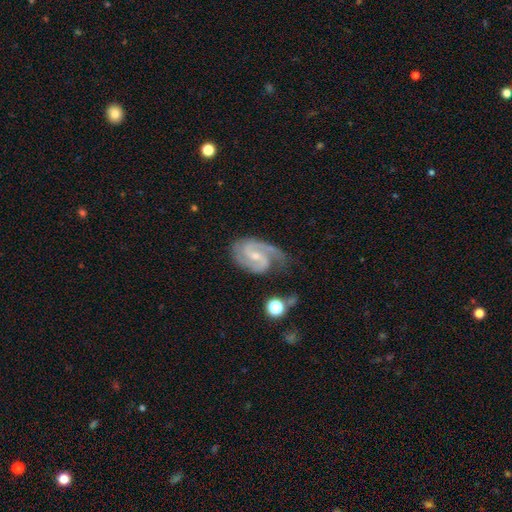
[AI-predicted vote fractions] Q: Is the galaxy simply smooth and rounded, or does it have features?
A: featured or disk — 91%.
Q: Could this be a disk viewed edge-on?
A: no — 98%.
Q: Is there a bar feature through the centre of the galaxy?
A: weak — 52%.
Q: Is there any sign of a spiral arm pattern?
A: yes — 98%.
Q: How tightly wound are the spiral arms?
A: medium — 56%.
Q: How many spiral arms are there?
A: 2 — 88%.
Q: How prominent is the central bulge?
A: small — 60%.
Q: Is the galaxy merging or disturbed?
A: none — 66%.